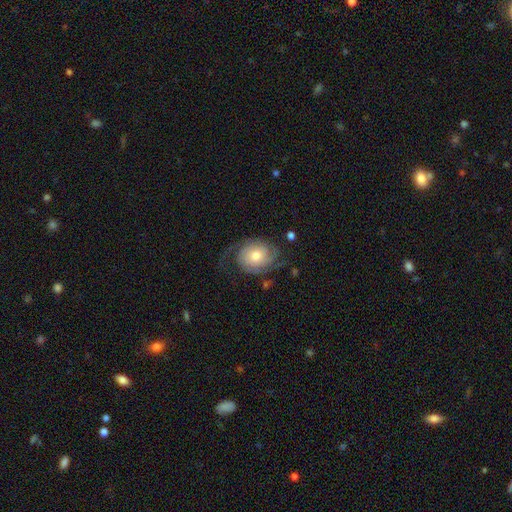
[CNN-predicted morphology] featured or disk 74%, smooth 20%, star or artifact 7%. Down the decision tree: edge-on disk — no (97%); bar — no (76%); spiral arms — yes (93%); spiral arm count — 2 (70%); spiral winding — tight (42%); bulge size — moderate (61%); merging — none (63%).